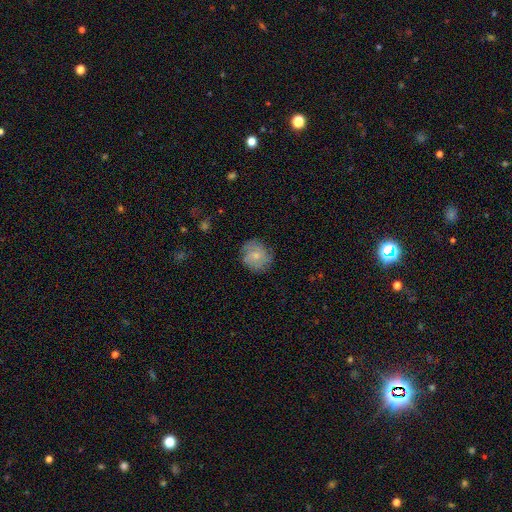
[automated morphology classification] A smooth galaxy with no disk features (53%) that is round (85%). Merging: none (76%).